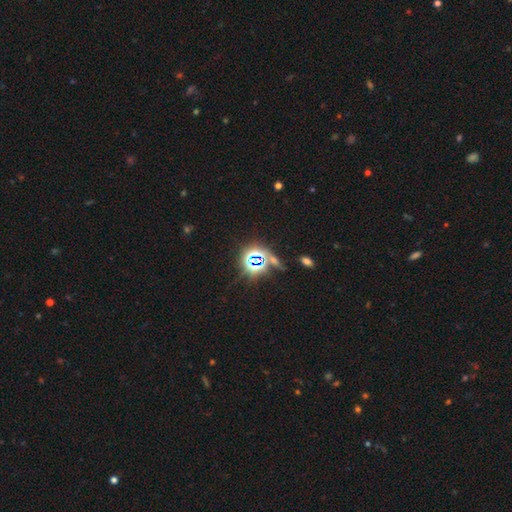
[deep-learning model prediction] smooth-or-featured: star or artifact: 79% | smooth: 13% | featured or disk: 9%